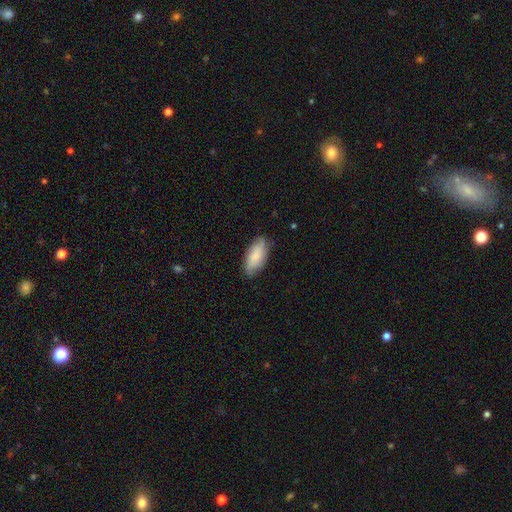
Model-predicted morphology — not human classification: The model was most divided on "merging": none: 78%, minor disturbance: 18%, major disturbance: 3%, merger: 1%. More confident: how rounded — in between (86%); smooth or featured — smooth (77%).